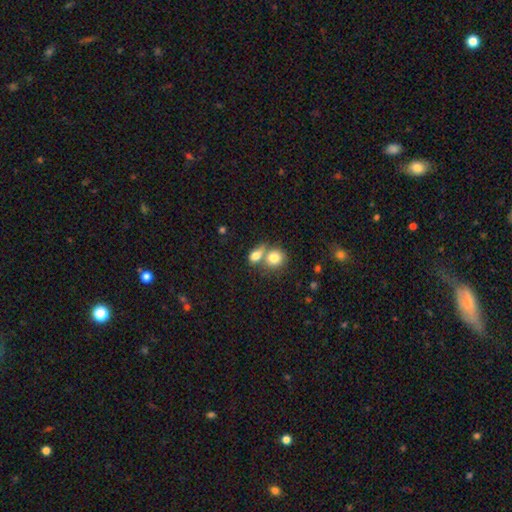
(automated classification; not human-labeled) smooth-or-featured: smooth: 79% | featured or disk: 12% | star or artifact: 9%
  how-rounded: in between: 60% | round: 36% | cigar-shaped: 4%
  merging: merger: 58% | none: 29% | minor disturbance: 8% | major disturbance: 4%